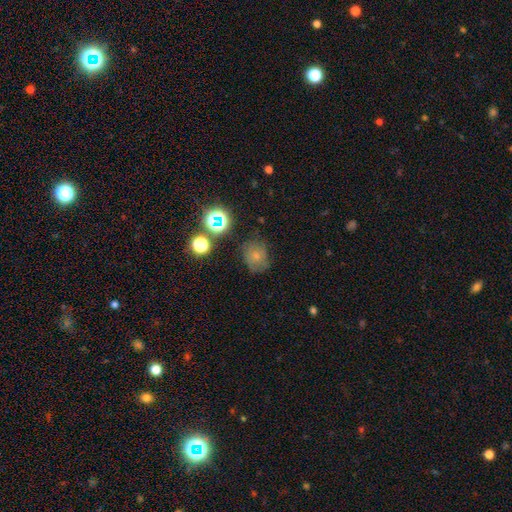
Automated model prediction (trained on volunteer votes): The model was most divided on "smooth or featured": smooth: 61%, star or artifact: 20%, featured or disk: 19%. More confident: how rounded — round (71%); merging — none (65%).